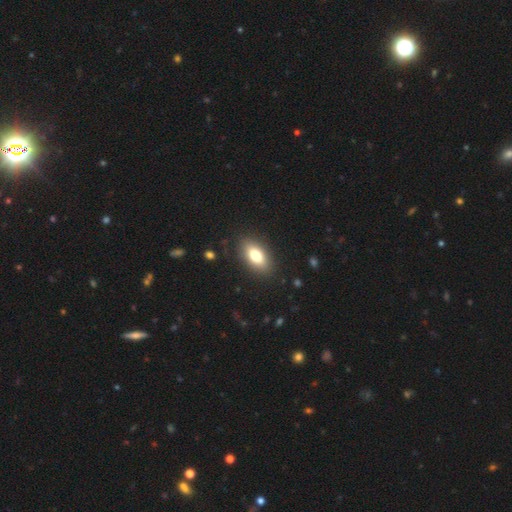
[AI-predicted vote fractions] This appears to be a smooth galaxy with no disk features (78%) that is in between round and cigar-shaped (89%). Merging: none (87%).